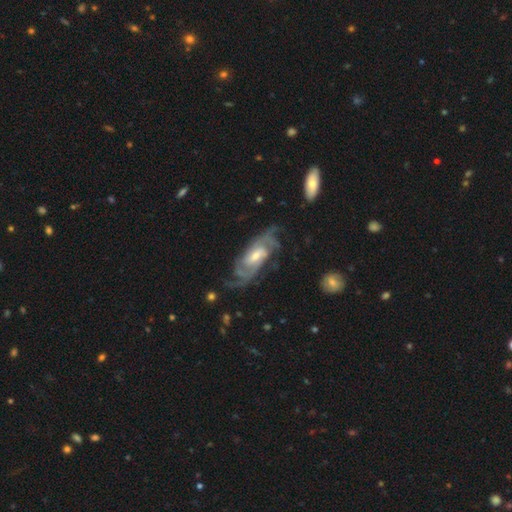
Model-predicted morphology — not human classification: This is clearly a featured or disk galaxy (90%). It is clearly not viewed edge-on (94%). Bar: possibly weak (46%). Spiral arm pattern: clearly yes (97%). Spiral arm count: marginally 2 (34%). Spiral winding: possibly tight (48%). Central bulge: possibly moderate (58%). Merging: likely none (70%).